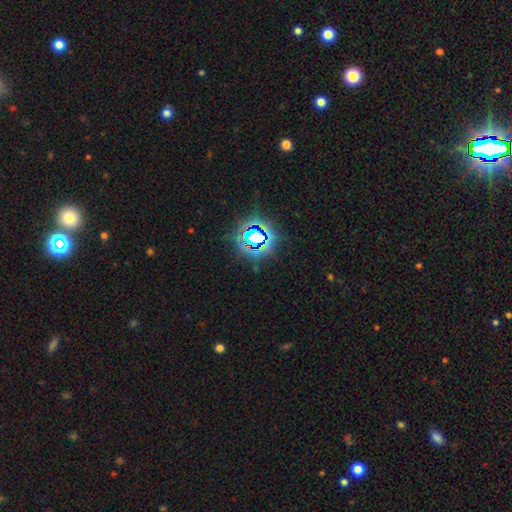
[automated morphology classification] Smooth or featured? star or artifact (79%)